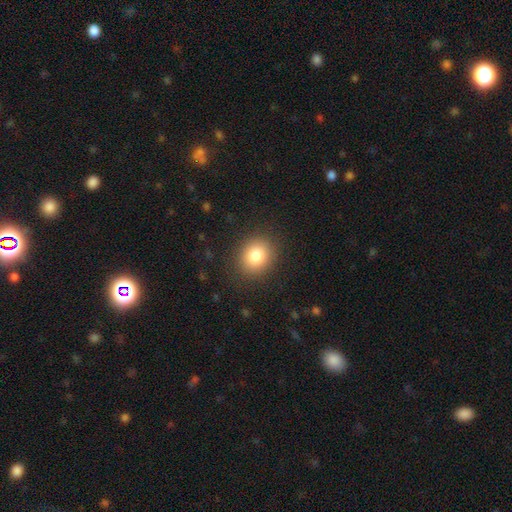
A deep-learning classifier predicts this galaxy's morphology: smooth_or_featured: smooth (p=0.82) [alt: star or artifact p=0.10]
how_rounded: round (p=0.67) [alt: in between p=0.33]
merging: none (p=0.88) [alt: minor disturbance p=0.08]